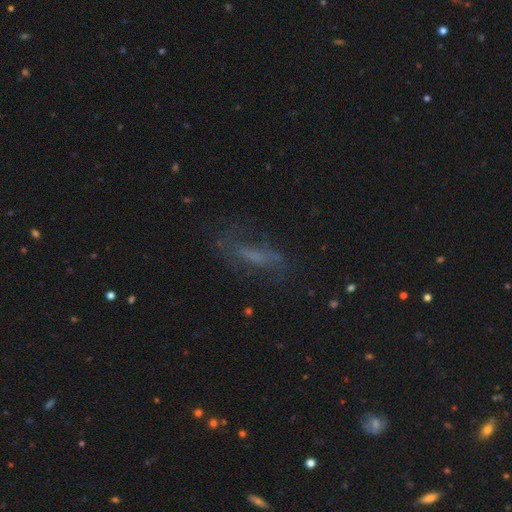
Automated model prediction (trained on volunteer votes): Morphology: type=featured or disk (43%); merging=none (60%).